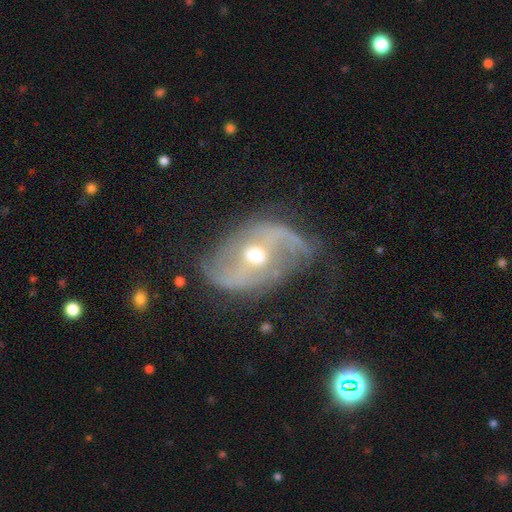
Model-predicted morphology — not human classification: A featured or disk galaxy (85%) with a weak bar (41%), 2 (86%) loose (48%) spiral arms (90%) and a moderate central bulge (74%).

Vote fractions:
- Smooth or featured? featured or disk: 85% / smooth: 8% / star or artifact: 7%
- Edge-on disk? no: 96% / yes: 4%
- Bar? weak: 41% / no: 35% / strong: 24%
- Spiral arms? yes: 90% / no: 10%
- Spiral winding? loose: 48% / medium: 38% / tight: 14%
- Spiral arm count? 2: 86% / can't tell: 6% / 1: 2% / 3: 2% / 4: 1% / more than 4: 1%
- Bulge size? moderate: 74% / small: 15% / large: 9% / dominant: 1% / none: 1%
- Merging? none: 64% / minor disturbance: 21% / major disturbance: 13% / merger: 2%